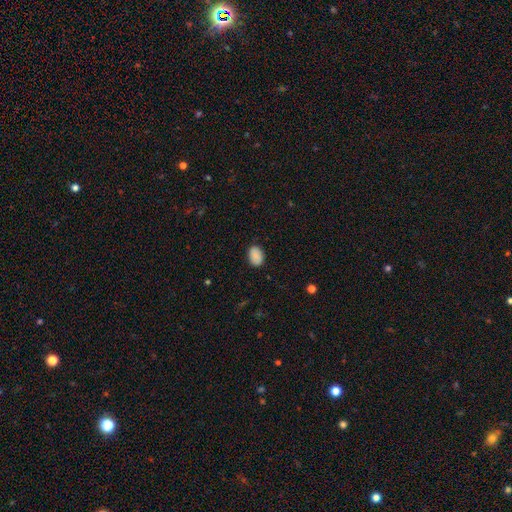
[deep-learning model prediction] smooth-or-featured: smooth: 86% | star or artifact: 8% | featured or disk: 7%
  how-rounded: in between: 80% | round: 19% | cigar-shaped: 1%
  merging: none: 85% | minor disturbance: 12% | major disturbance: 2% | merger: 1%